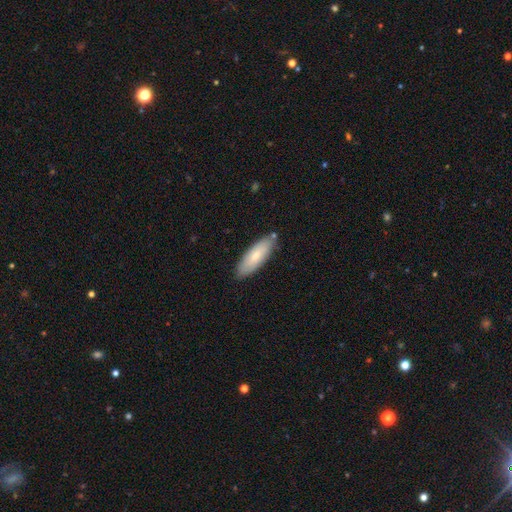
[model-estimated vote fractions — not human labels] smooth-or-featured: smooth: 73% | featured or disk: 22% | star or artifact: 5%
  how-rounded: in between: 64% | cigar-shaped: 35% | round: 2%
  merging: none: 81% | minor disturbance: 14% | merger: 3% | major disturbance: 2%